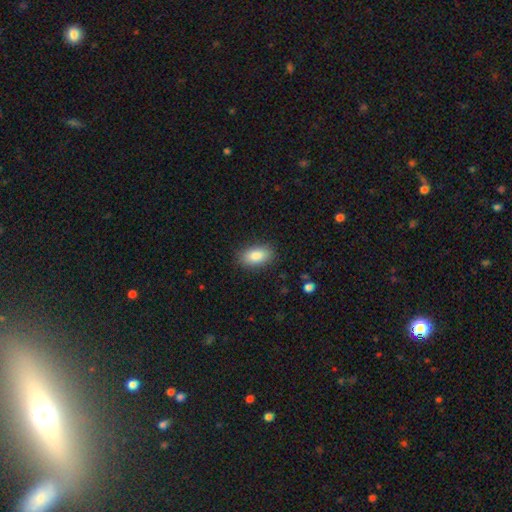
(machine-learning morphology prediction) A smooth galaxy with no disk features (86%) that is in between round and cigar-shaped (91%).

Vote fractions:
- Smooth or featured? smooth: 86% / star or artifact: 7% / featured or disk: 7%
- How rounded? in between: 91% / round: 5% / cigar-shaped: 3%
- Merging? none: 87% / minor disturbance: 9% / major disturbance: 3% / merger: 1%